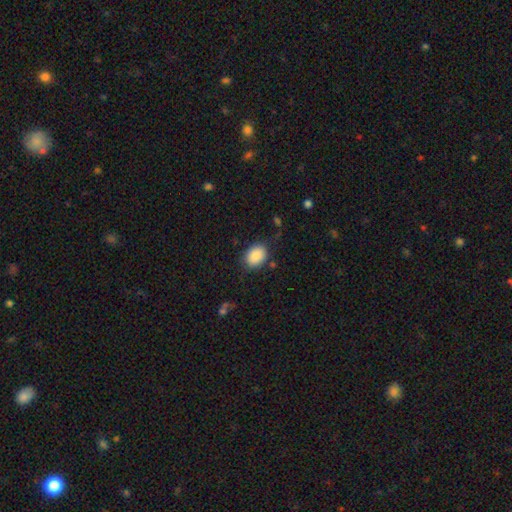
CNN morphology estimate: Smooth or featured: smooth — 88% (star or artifact — 8%)
How rounded: in between — 71% (round — 28%)
Merging: none — 80% (minor disturbance — 14%)